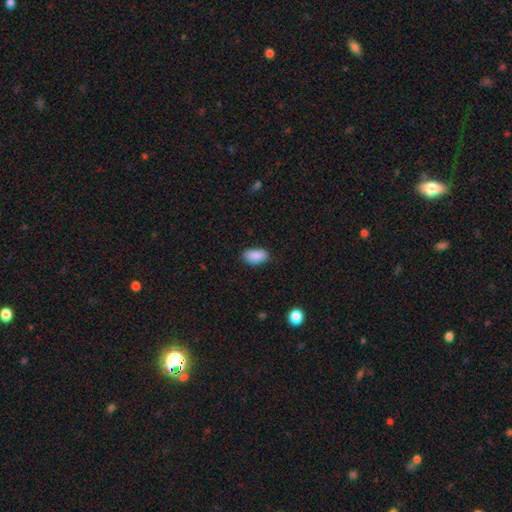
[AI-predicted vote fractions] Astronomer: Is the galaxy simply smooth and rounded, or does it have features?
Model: smooth — 89%.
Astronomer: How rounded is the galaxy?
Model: in between — 93%.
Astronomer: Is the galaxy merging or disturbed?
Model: none — 82%.